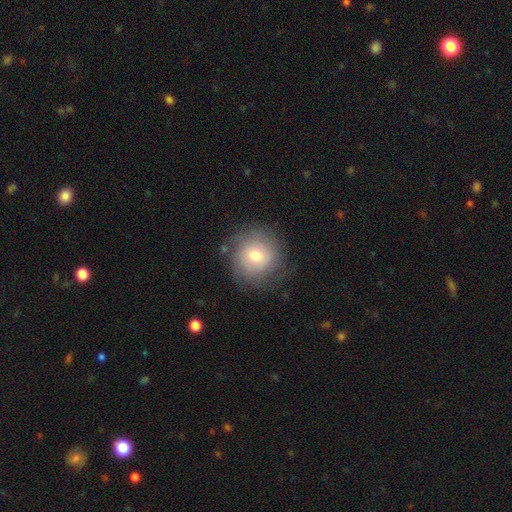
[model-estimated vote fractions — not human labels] The model was most divided on "smooth or featured": smooth: 51%, featured or disk: 37%, star or artifact: 12%. More confident: how rounded — round (92%); merging — none (77%).